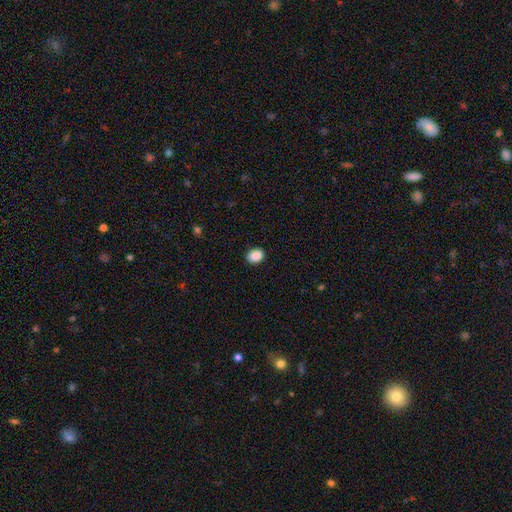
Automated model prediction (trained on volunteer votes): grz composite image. It shows a smooth galaxy with no disk features (89%) that is in between round and cigar-shaped (56%). Merging: none (89%).